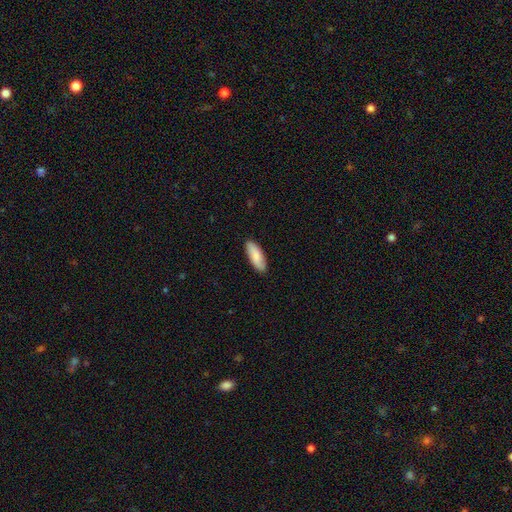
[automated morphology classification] Smooth or featured?
  - smooth: 82% *
  - featured or disk: 13%
  - star or artifact: 5%
How rounded?
  - in between: 68% *
  - cigar-shaped: 31%
  - round: 2%
Merging?
  - none: 88% *
  - minor disturbance: 9%
  - major disturbance: 2%
  - merger: 1%